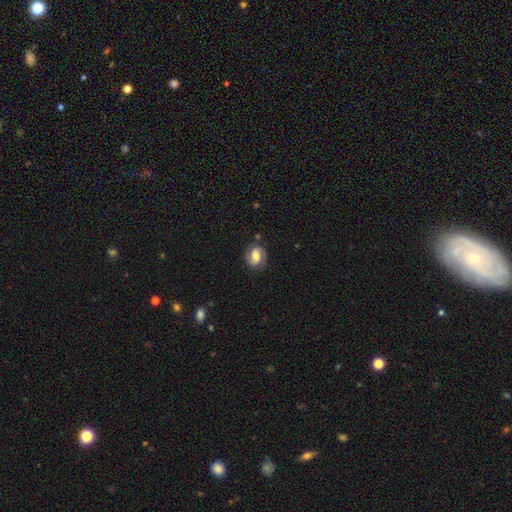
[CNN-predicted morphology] Smooth or featured? featured or disk (70%)
Edge-on disk? no (98%)
Bar? weak (48%)
Spiral arms? yes (93%)
Spiral winding? medium (48%)
Spiral arm count? 2 (90%)
Bulge size? moderate (61%)
Merging? none (81%)